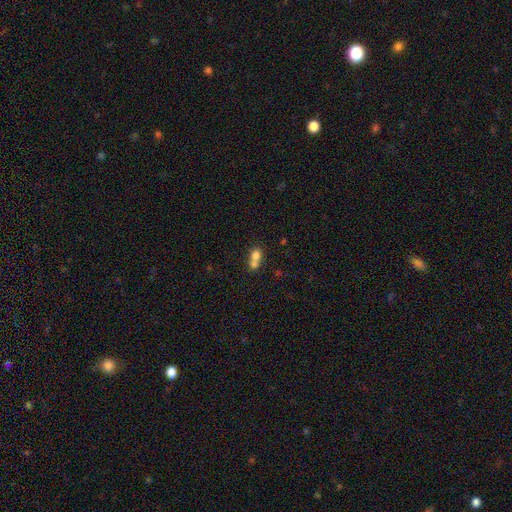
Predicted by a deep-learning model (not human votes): Smooth or featured?
  - smooth: 73% *
  - featured or disk: 16%
  - star or artifact: 11%
How rounded?
  - round: 58% *
  - in between: 41%
  - cigar-shaped: 2%
Merging?
  - merger: 69% *
  - none: 22%
  - minor disturbance: 6%
  - major disturbance: 3%